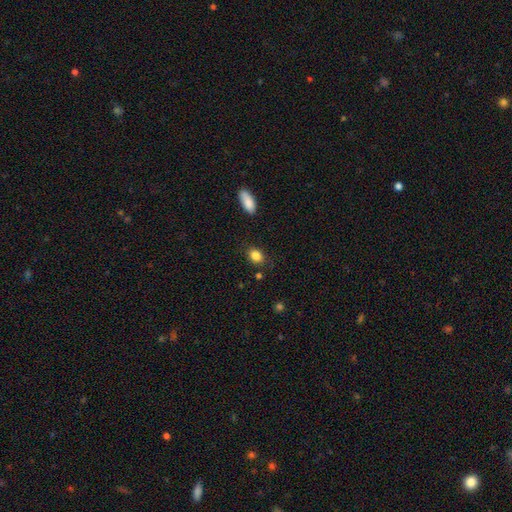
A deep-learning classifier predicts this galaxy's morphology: Smooth or featured? Predicted: smooth (p=0.85). How rounded? Predicted: in between (p=0.62). Merging? Predicted: none (p=0.81).